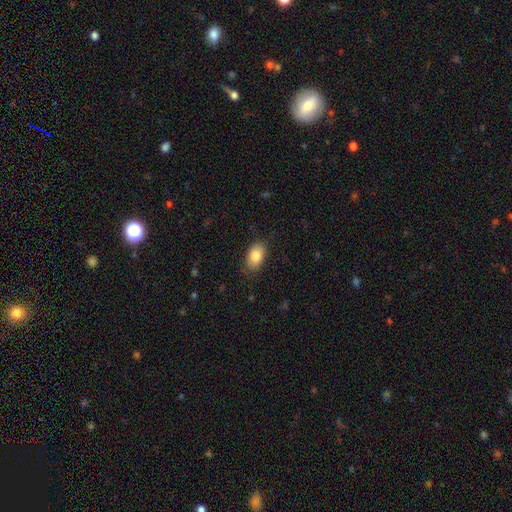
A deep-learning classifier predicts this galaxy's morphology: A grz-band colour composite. It shows a smooth galaxy with no disk features (86%) that is in between round and cigar-shaped (90%). Merging: none (80%).